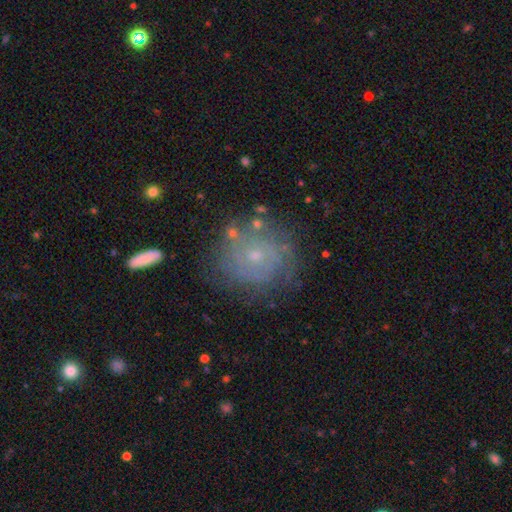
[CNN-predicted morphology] This appears to be a featured or disk galaxy (56%) with no bar (84%), spiral arms (77%) and a small central bulge (78%). Merging: none (76%).